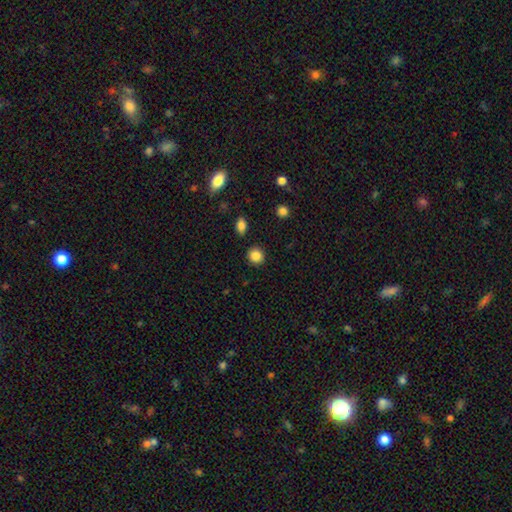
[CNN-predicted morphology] A smooth galaxy with no disk features (86%) that is round (86%).

Vote fractions:
- Smooth or featured? smooth: 86% / star or artifact: 10% / featured or disk: 4%
- How rounded? round: 86% / in between: 13% / cigar-shaped: 1%
- Merging? none: 89% / minor disturbance: 7% / merger: 2% / major disturbance: 2%